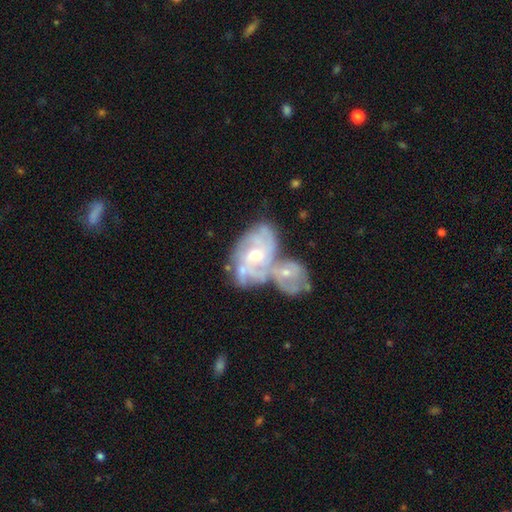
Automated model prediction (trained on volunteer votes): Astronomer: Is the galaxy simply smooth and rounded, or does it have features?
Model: featured or disk — 82%.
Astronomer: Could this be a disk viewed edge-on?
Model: no — 96%.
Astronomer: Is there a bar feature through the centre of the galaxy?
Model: no — 65%.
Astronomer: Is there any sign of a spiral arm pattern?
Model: yes — 88%.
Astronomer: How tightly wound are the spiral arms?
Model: tight — 54% (runner-up: medium, 36%).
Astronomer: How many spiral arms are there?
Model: can't tell — 40% (runner-up: 3, 23%).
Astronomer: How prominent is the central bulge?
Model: moderate — 60%.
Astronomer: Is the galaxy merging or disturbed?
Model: merger — 63%.